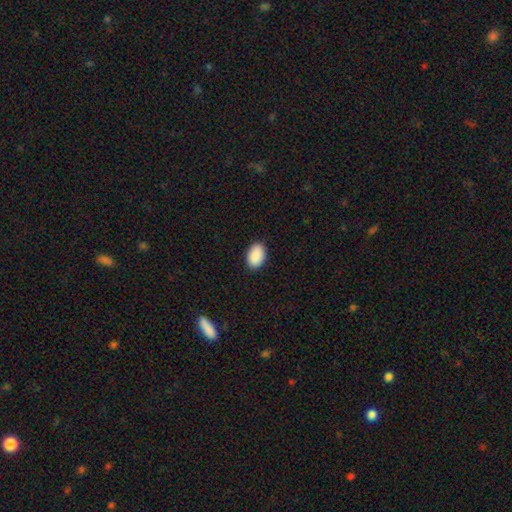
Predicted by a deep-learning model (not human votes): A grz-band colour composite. It shows a smooth galaxy with no disk features (91%) that is in between round and cigar-shaped (90%). Merging: none (89%).